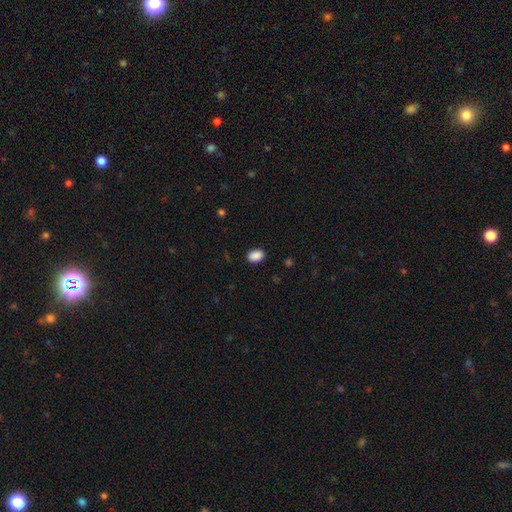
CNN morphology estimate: A smooth galaxy with no disk features (89%) that is in between round and cigar-shaped (81%). Merging: none (88%).